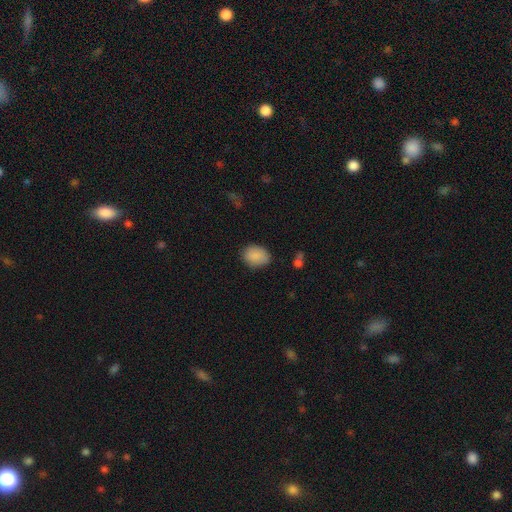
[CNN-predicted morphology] This appears to be a smooth galaxy with no disk features (88%) that is in between round and cigar-shaped (62%). Merging: none (79%).